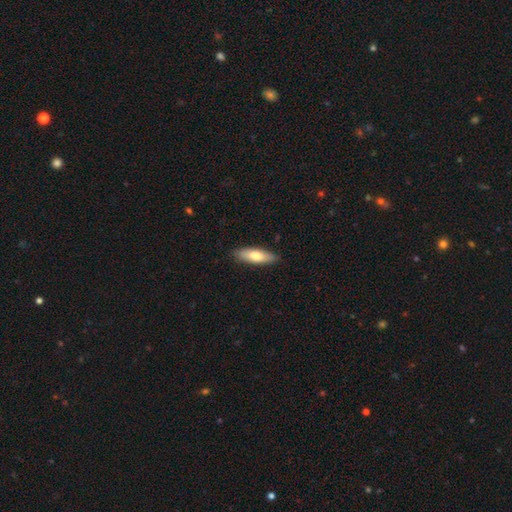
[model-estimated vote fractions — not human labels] This is likely a smooth galaxy (72%). How rounded: possibly in between (53%). Merging: clearly none (86%).